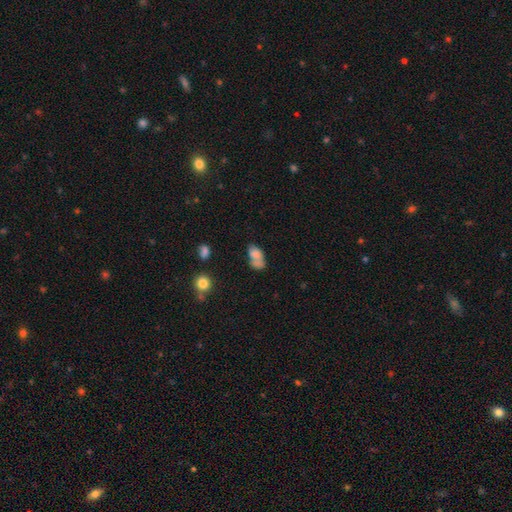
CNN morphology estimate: Smooth or featured? smooth (69%)
How rounded? in between (88%)
Merging? merger (34%)